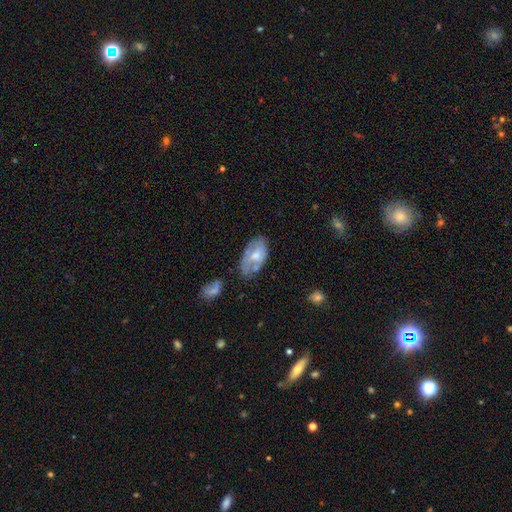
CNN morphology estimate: Q: Smooth or featured?
A: smooth (48%); runner-up: featured or disk (45%)
Q: Merging?
A: none (40%); runner-up: minor disturbance (32%)